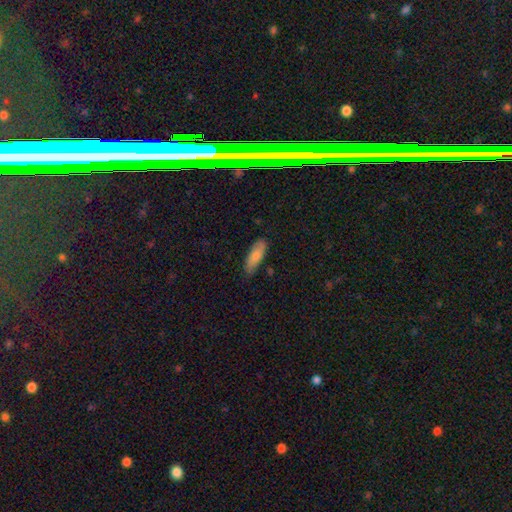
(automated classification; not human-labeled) A smooth galaxy with no disk features (79%) that is in between round and cigar-shaped (63%). Merging: none (75%).